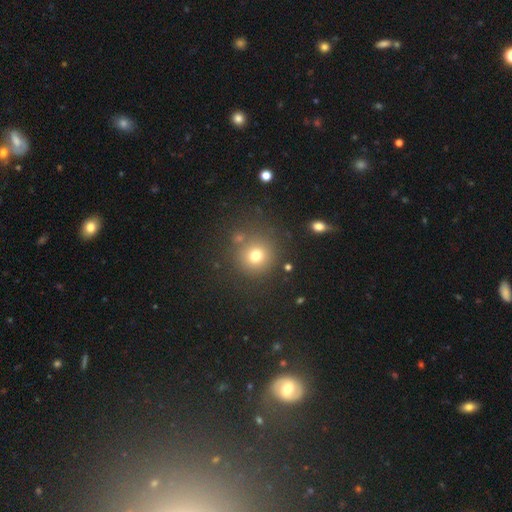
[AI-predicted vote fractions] Smooth or featured: smooth — 74% (star or artifact — 17%)
How rounded: round — 93% (in between — 6%)
Merging: none — 82% (minor disturbance — 8%)